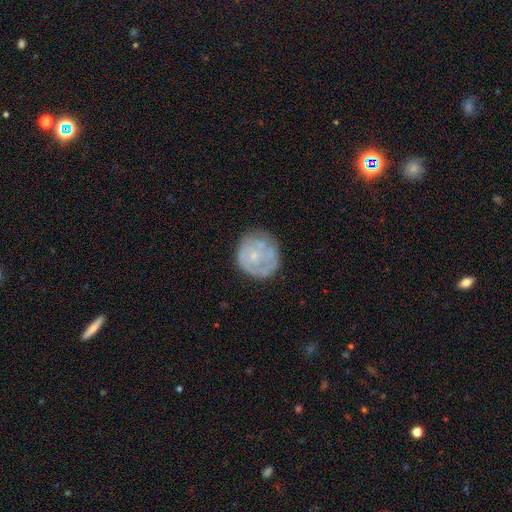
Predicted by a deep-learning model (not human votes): Smooth or featured? featured or disk (55%)
Edge-on disk? no (98%)
Bar? no (85%)
Spiral arms? no (52%)
Bulge size? small (71%)
Merging? none (64%)